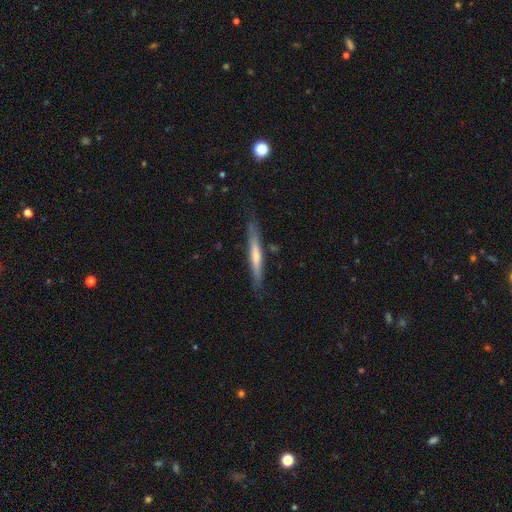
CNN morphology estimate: Overall: featured or disk (52%; smooth 42%). Edge-on disk: yes (93%). Merging: none (82%).